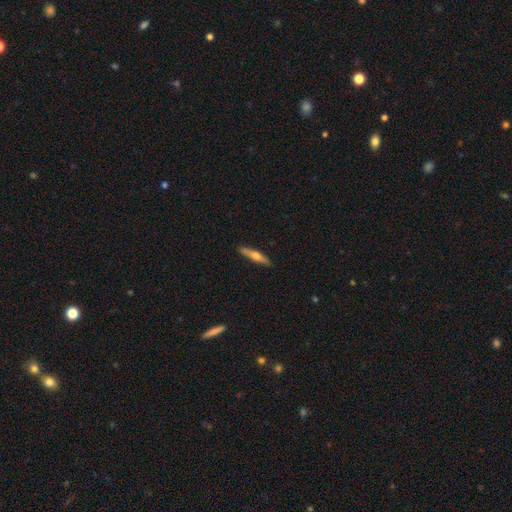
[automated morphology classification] This appears to be a featured or disk galaxy (50%) viewed edge-on (95%). Merging: none (90%).